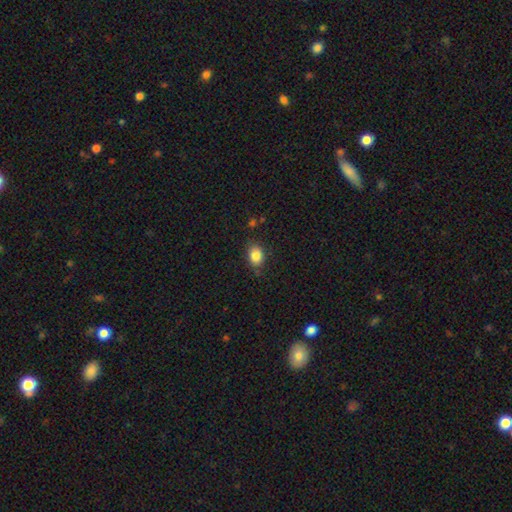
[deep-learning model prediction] Overall: smooth (85%). How rounded: in between (60%; round 39%). Merging: none (77%).